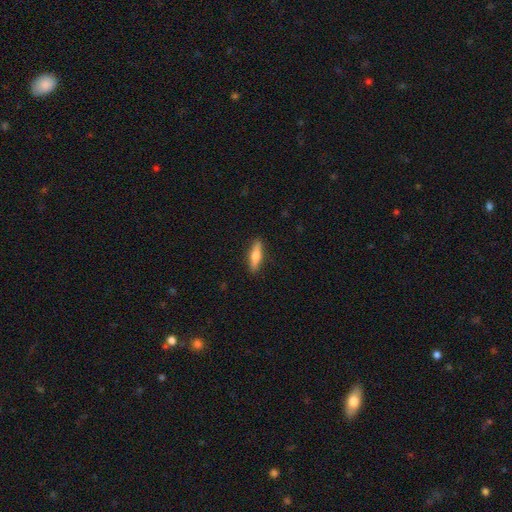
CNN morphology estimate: type=smooth (65%); roundness=cigar-shaped (70%); merging=none (89%).